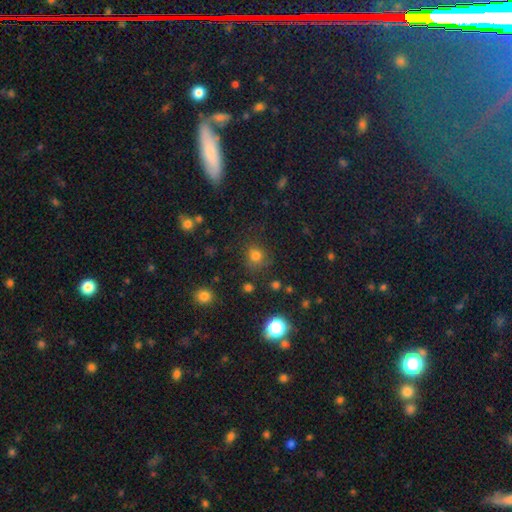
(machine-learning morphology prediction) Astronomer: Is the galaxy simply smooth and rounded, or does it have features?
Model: smooth — 74%.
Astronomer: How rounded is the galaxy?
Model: round — 85%.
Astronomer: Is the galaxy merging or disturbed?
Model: none — 77%.